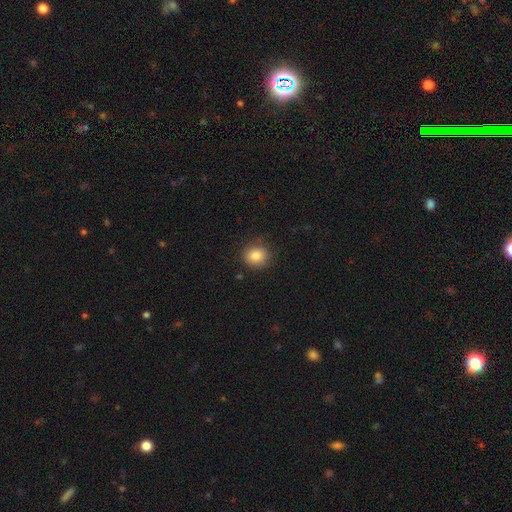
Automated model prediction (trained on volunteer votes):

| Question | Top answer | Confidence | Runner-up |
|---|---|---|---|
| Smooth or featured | smooth | 83% | star or artifact (10%) |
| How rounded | round | 81% | in between (18%) |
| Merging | none | 86% | minor disturbance (10%) |